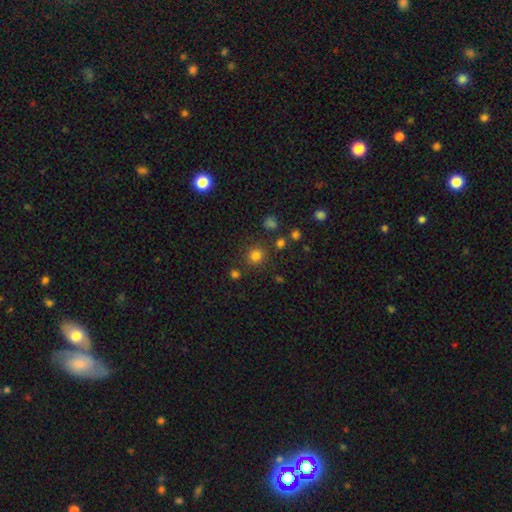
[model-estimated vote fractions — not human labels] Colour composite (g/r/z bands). It shows a smooth galaxy with no disk features (80%) that is round (89%). Merging: none (84%).